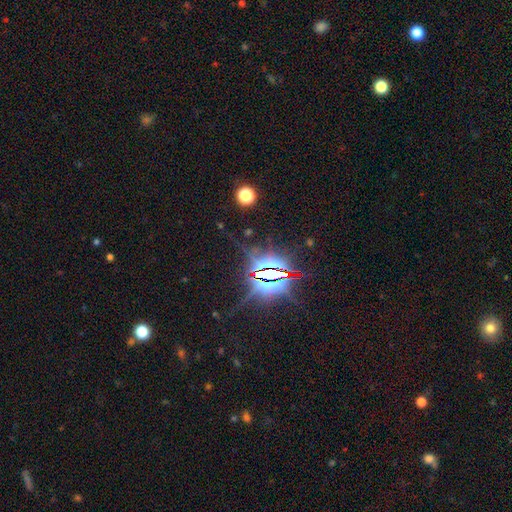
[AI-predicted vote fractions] A star or artifact, not a galaxy (82%).